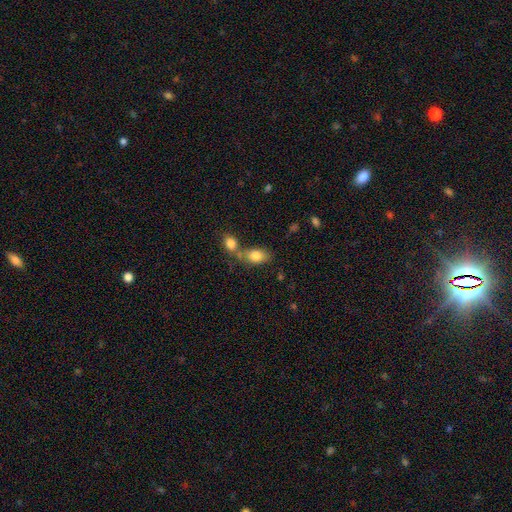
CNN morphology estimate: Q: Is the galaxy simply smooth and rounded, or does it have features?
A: smooth — 82%.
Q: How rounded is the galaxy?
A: in between — 86%.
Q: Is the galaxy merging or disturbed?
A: none — 45%.